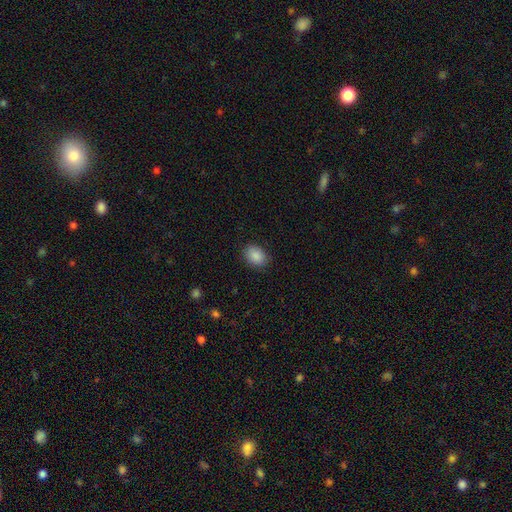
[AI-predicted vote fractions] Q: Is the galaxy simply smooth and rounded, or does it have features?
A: smooth — 89%.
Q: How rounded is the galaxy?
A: in between — 70%.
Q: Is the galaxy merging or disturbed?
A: none — 85%.